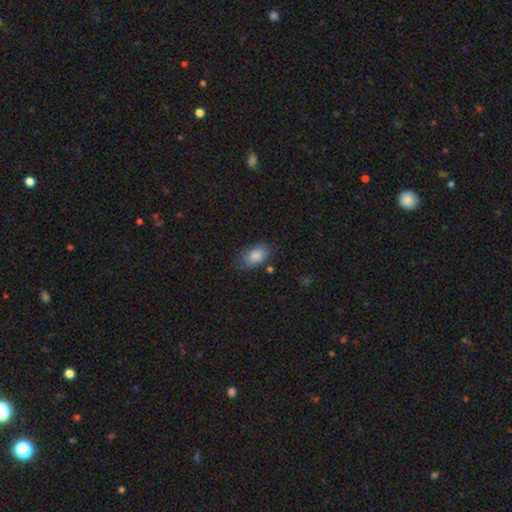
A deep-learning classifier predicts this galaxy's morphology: A smooth galaxy with no disk features (85%) that is in between round and cigar-shaped (90%). Merging: none (72%).